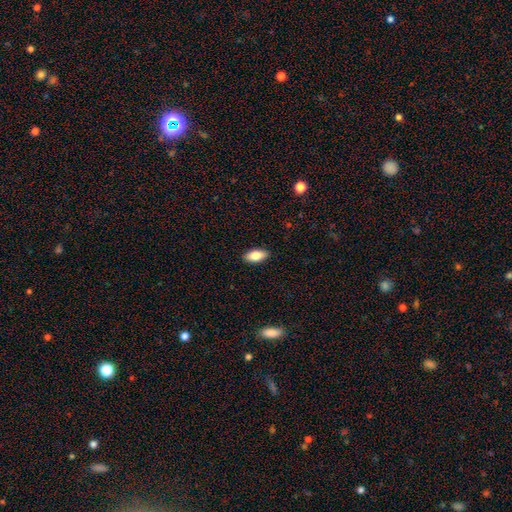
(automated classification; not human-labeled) This appears to be a smooth galaxy with no disk features (83%) that is in between round and cigar-shaped (90%). Merging: none (90%).